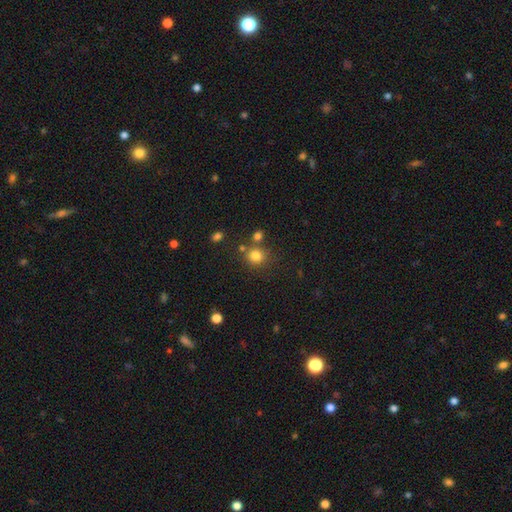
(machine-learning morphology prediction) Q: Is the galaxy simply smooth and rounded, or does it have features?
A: smooth — 80%.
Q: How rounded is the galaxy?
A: round — 85%.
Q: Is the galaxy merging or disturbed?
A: none — 69%.